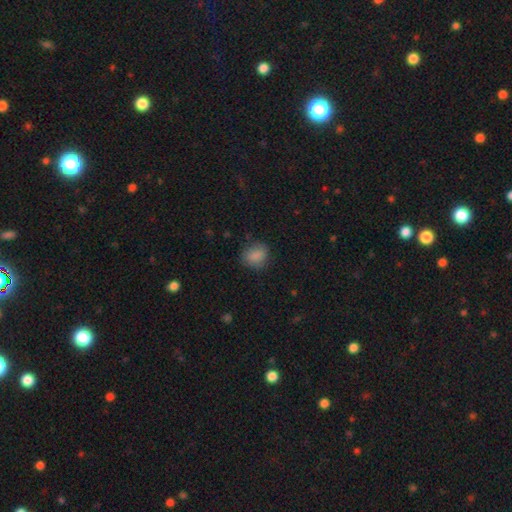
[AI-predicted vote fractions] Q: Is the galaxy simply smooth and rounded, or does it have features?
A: smooth — 85%.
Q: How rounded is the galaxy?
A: round — 55%.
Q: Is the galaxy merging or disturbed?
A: none — 76%.